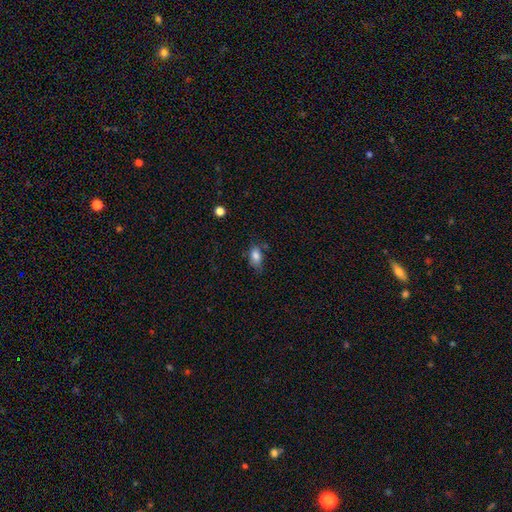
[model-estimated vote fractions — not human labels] Morphology: type=smooth (81%); roundness=in between (85%); merging=none (56%).